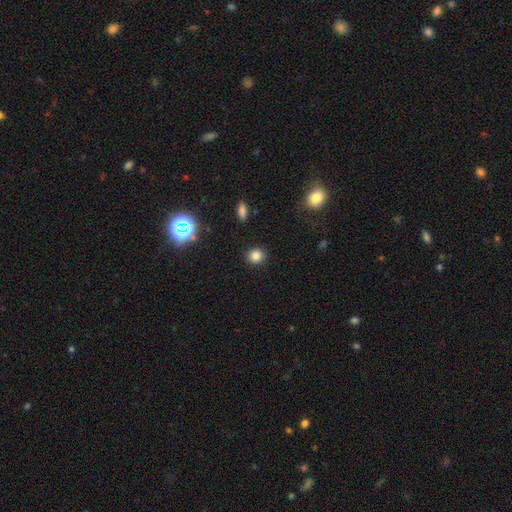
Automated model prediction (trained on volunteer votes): Smooth or featured? smooth (82%)
How rounded? round (88%)
Merging? none (90%)